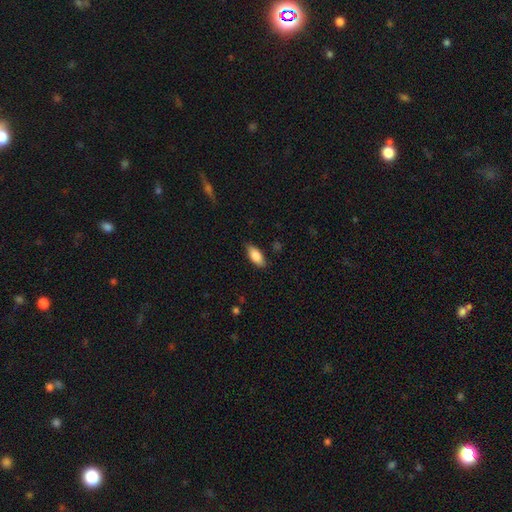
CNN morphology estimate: Smooth or featured? smooth (81%)
How rounded? in between (82%)
Merging? none (84%)